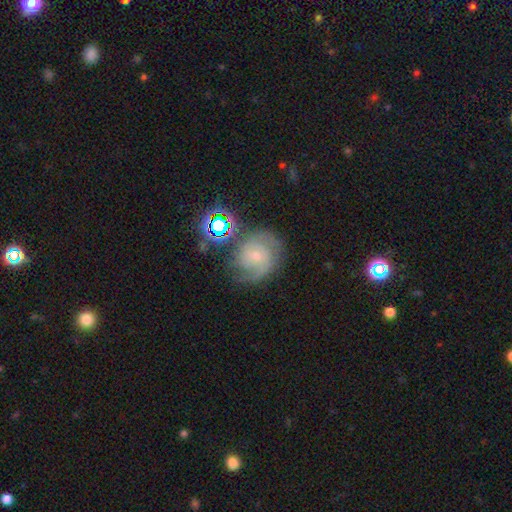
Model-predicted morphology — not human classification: Smooth or featured: featured or disk — 67% (smooth — 20%)
Edge-on disk: no — 97% (yes — 3%)
Bar: no — 62% (weak — 31%)
Spiral arms: yes — 92% (no — 8%)
Spiral winding: tight — 45% (medium — 41%)
Spiral arm count: 2 — 50% (can't tell — 24%)
Bulge size: small — 74% (moderate — 21%)
Merging: none — 62% (minor disturbance — 21%)